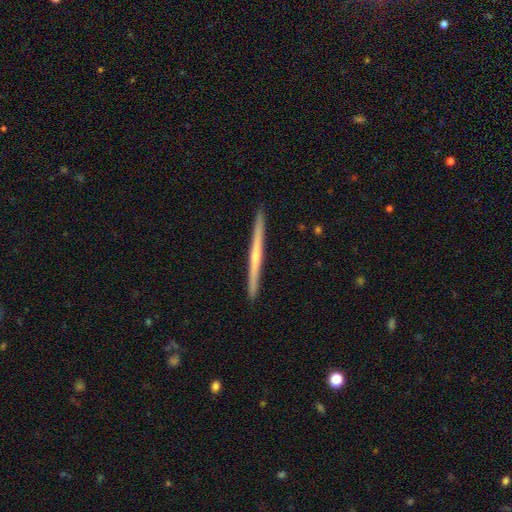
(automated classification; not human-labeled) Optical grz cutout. It shows a featured or disk galaxy (64%) viewed edge-on (98%) with no central bulge (61%). Merging: none (93%).